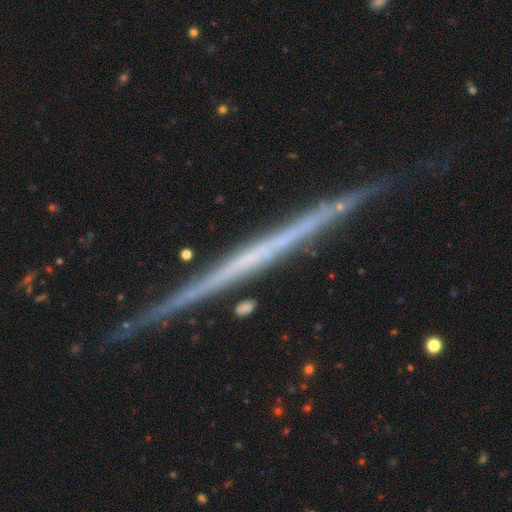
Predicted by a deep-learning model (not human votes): This is likely a featured or disk galaxy (76%). It is clearly viewed edge-on (97%). Edge-on bulge: clearly none (91%). Merging: clearly none (88%).